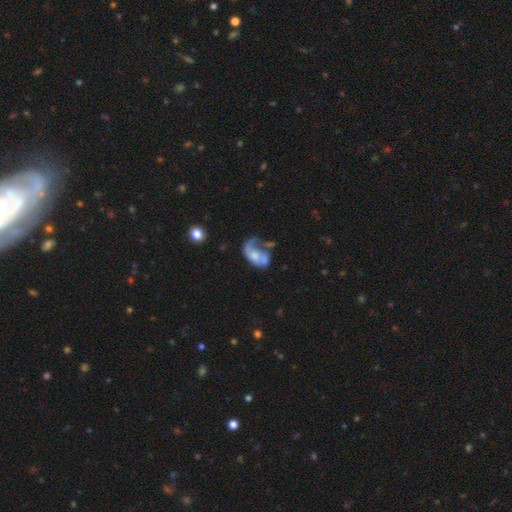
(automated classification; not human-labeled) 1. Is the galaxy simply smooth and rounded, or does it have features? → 64% featured or disk, 28% smooth, 7% star or artifact.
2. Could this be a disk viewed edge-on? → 97% no, 3% yes.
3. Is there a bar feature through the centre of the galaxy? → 74% no, 21% weak, 4% strong.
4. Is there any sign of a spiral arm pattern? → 67% yes, 33% no.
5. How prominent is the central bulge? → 39% moderate, 35% small, 16% none, 8% large, 2% dominant.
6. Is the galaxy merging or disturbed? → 46% major disturbance, 22% none, 17% minor disturbance, 15% merger.